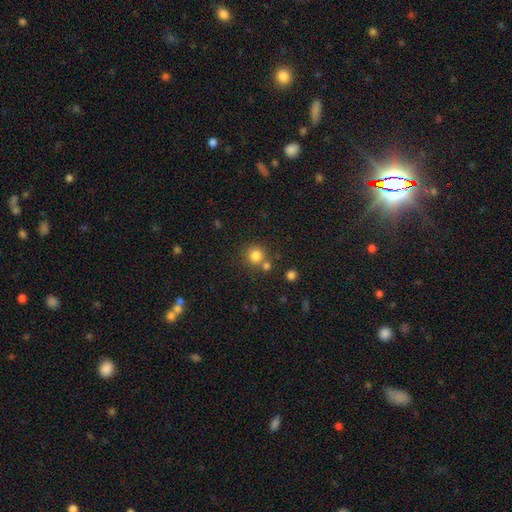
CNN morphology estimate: Q: Smooth or featured?
A: smooth (80%); runner-up: star or artifact (13%)
Q: How rounded?
A: round (92%); runner-up: in between (7%)
Q: Merging?
A: none (69%); runner-up: merger (20%)